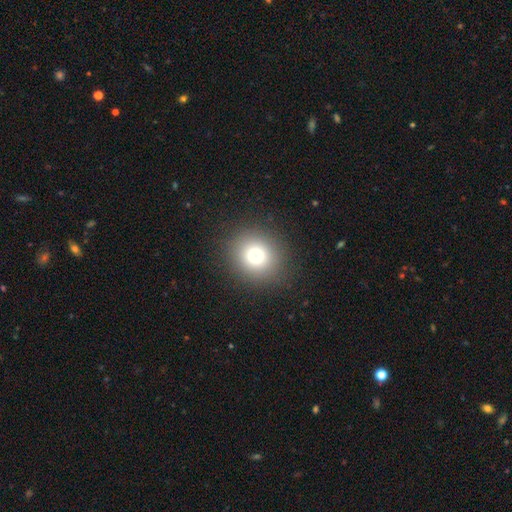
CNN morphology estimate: This appears to be a smooth galaxy with no disk features (75%) that is round (85%). Merging: none (89%).